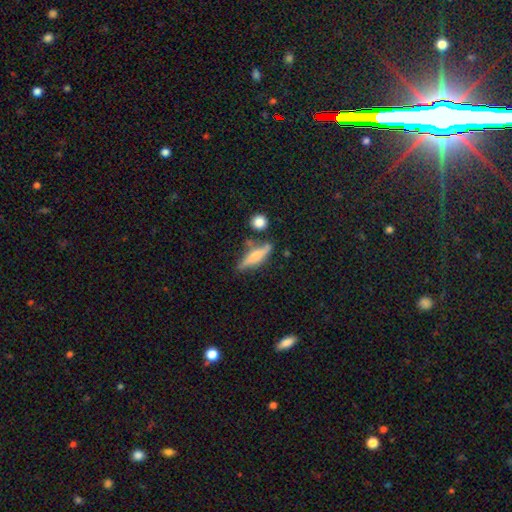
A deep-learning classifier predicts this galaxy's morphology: type=featured or disk (50%); merging=none (73%).